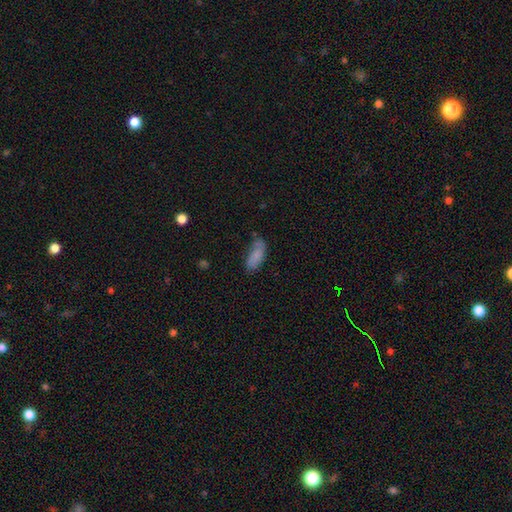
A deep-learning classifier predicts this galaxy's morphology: Smooth or featured? smooth (77%)
How rounded? in between (78%)
Merging? none (57%)